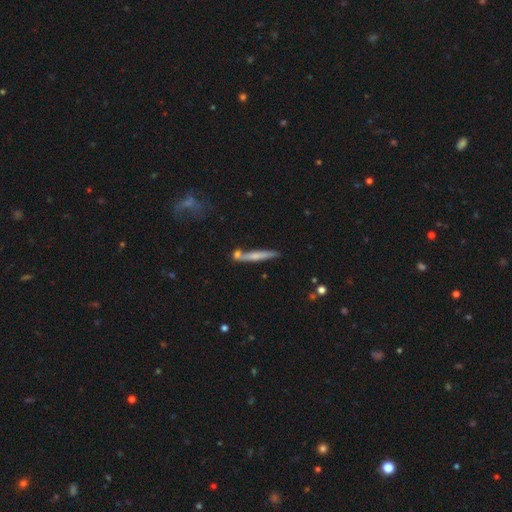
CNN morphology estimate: smooth-or-featured: smooth: 51% | featured or disk: 42% | star or artifact: 7%
  how-rounded: cigar-shaped: 94% | in between: 4% | round: 2%
  merging: none: 71% | merger: 14% | minor disturbance: 12% | major disturbance: 3%